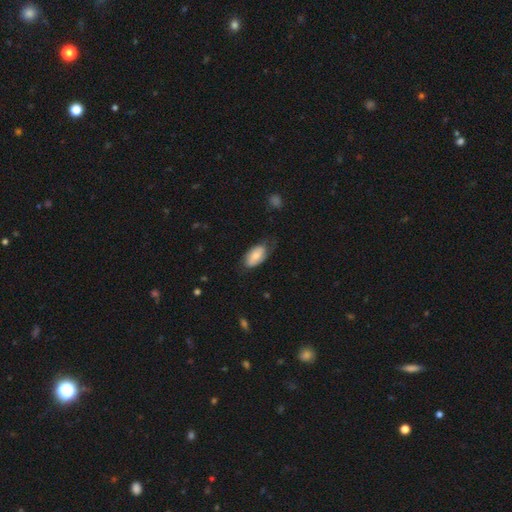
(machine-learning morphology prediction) The model was most divided on "merging": none: 57%, minor disturbance: 31%, major disturbance: 11%, merger: 1%. More confident: how rounded — in between (93%); smooth or featured — smooth (66%).